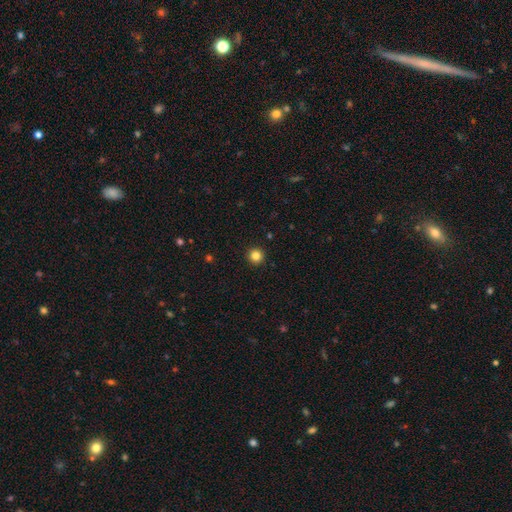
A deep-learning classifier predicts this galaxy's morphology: A smooth galaxy with no disk features (84%) that is round (96%). Merging: none (93%).